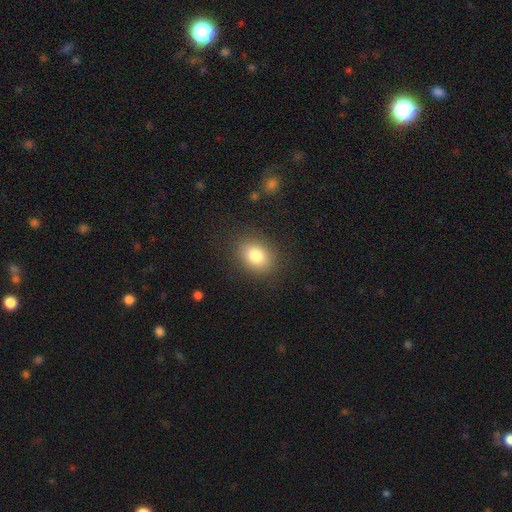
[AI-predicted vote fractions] Q: Smooth or featured?
A: smooth (81%); runner-up: star or artifact (10%)
Q: How rounded?
A: in between (55%); runner-up: round (44%)
Q: Merging?
A: none (86%); runner-up: minor disturbance (9%)